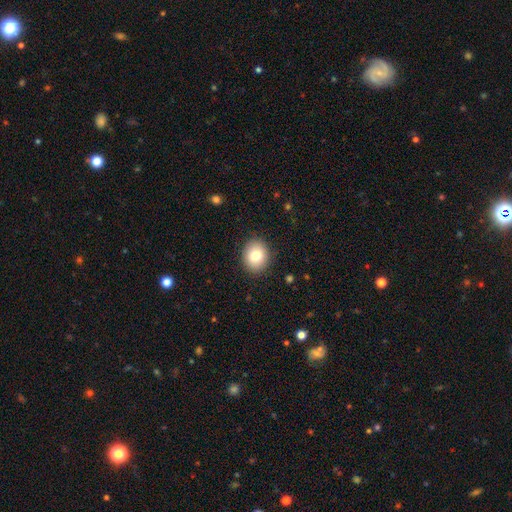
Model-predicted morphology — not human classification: Smooth or featured?
  - smooth: 80% *
  - featured or disk: 11%
  - star or artifact: 9%
How rounded?
  - round: 58% *
  - in between: 41%
  - cigar-shaped: 1%
Merging?
  - none: 89% *
  - minor disturbance: 8%
  - major disturbance: 2%
  - merger: 1%